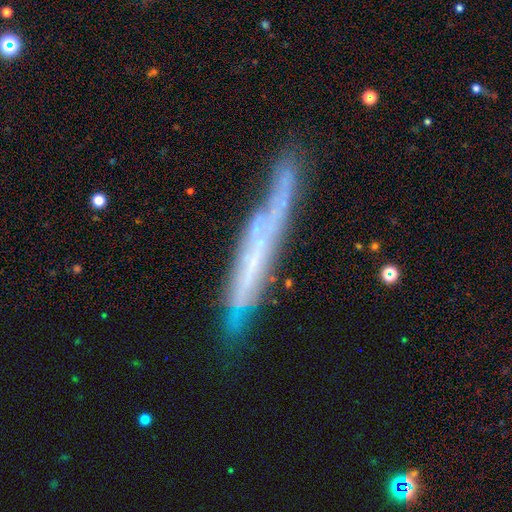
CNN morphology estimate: A featured or disk galaxy (65%) viewed edge-on (73%). Merging: none (62%).